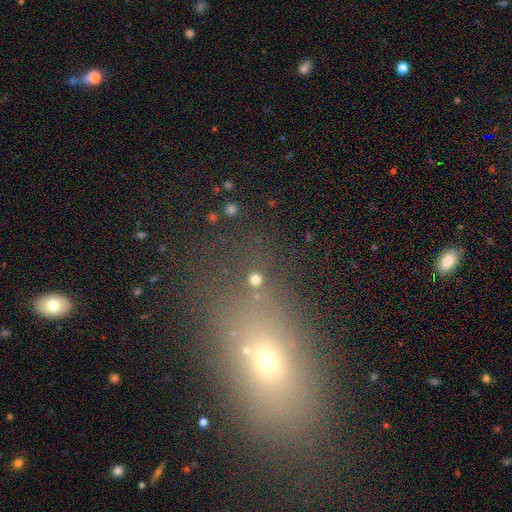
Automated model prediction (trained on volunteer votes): Smooth or featured? smooth (48%)
Merging? none (68%)